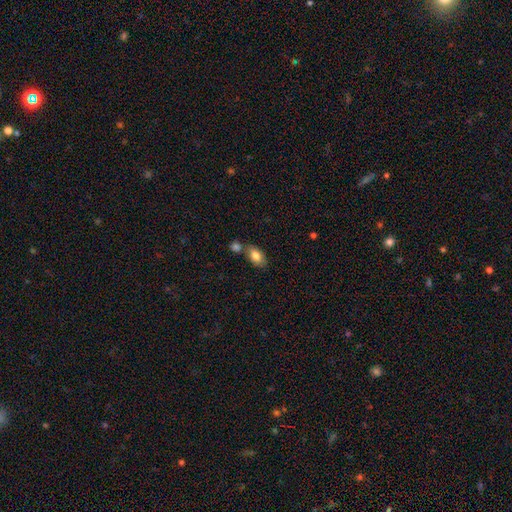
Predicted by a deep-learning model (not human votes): smooth-or-featured: smooth: 82% | featured or disk: 11% | star or artifact: 7%
  how-rounded: in between: 91% | round: 7% | cigar-shaped: 2%
  merging: none: 56% | merger: 28% | minor disturbance: 13% | major disturbance: 4%